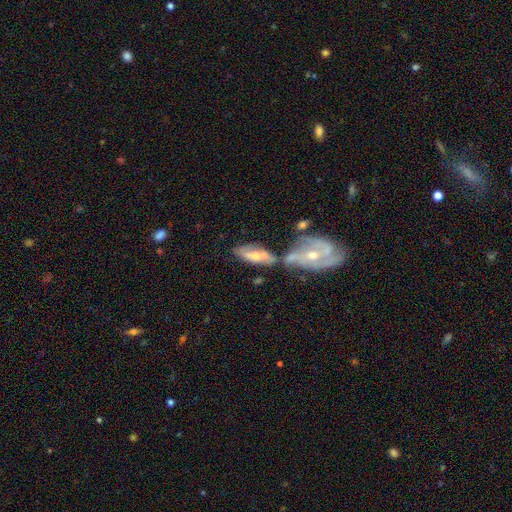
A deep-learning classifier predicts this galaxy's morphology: This appears to be a featured or disk galaxy (51%). Merging: merger (43%).